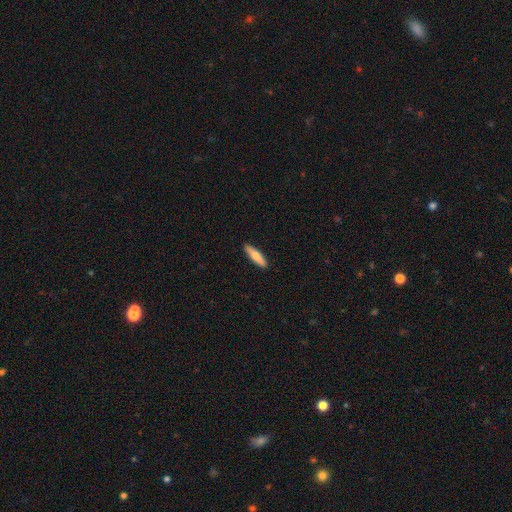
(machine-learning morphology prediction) Smooth or featured: smooth — 67% (featured or disk — 28%)
How rounded: cigar-shaped — 68% (in between — 31%)
Merging: none — 91% (minor disturbance — 7%)